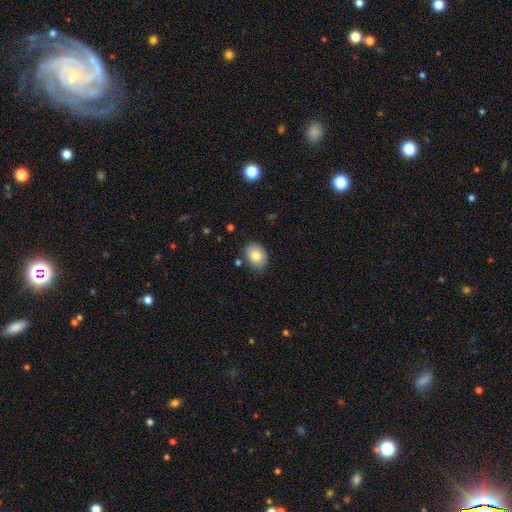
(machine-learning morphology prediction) Smooth or featured? smooth (80%)
How rounded? in between (70%)
Merging? none (83%)